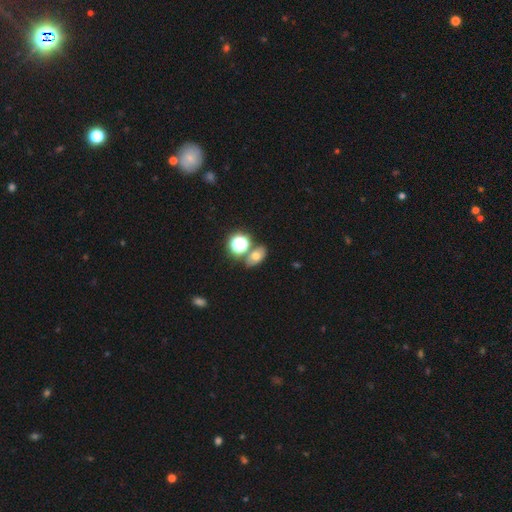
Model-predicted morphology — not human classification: A smooth galaxy with no disk features (60%) that is in between round and cigar-shaped (74%).

Vote fractions:
- Smooth or featured? smooth: 60% / star or artifact: 22% / featured or disk: 18%
- How rounded? in between: 74% / round: 24% / cigar-shaped: 2%
- Merging? none: 67% / merger: 18% / minor disturbance: 12% / major disturbance: 4%